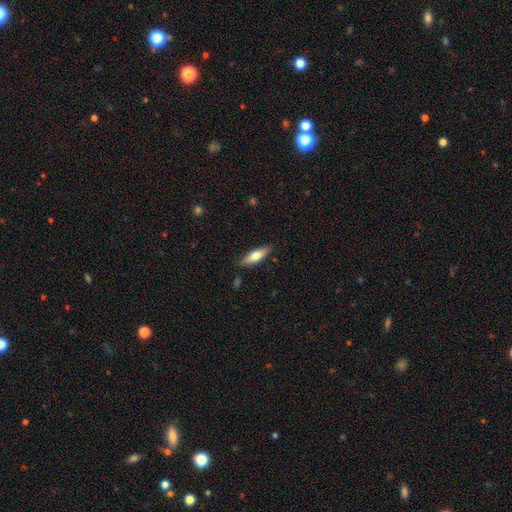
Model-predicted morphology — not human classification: Overall: smooth (64%; featured or disk 31%). How rounded: cigar-shaped (52%; in between 46%). Merging: none (86%).